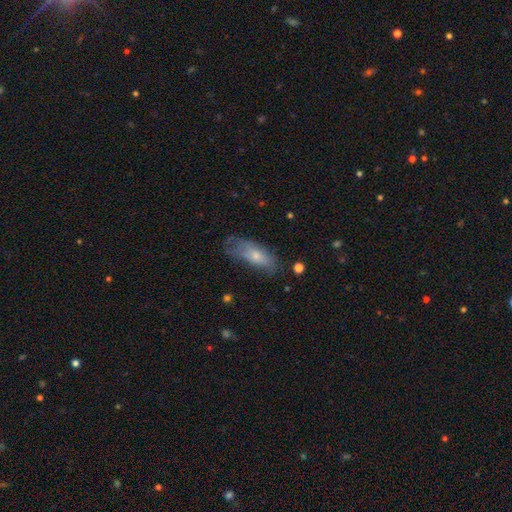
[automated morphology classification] This is likely a smooth galaxy (61%). How rounded: likely in between (75%). Merging: possibly none (46%).